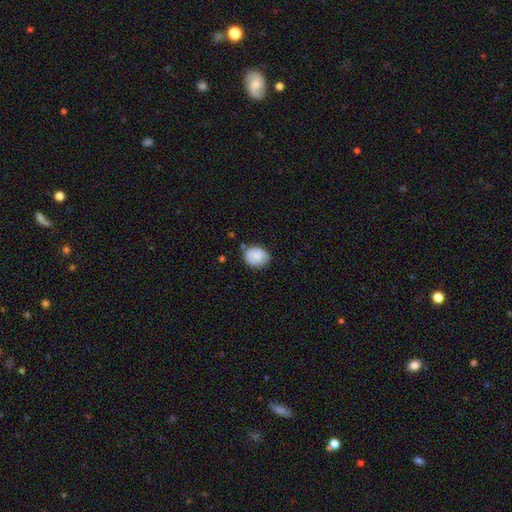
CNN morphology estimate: smooth_or_featured: smooth (p=0.81) [alt: featured or disk p=0.12]
how_rounded: round (p=0.56) [alt: in between p=0.43]
merging: none (p=0.70) [alt: minor disturbance p=0.22]